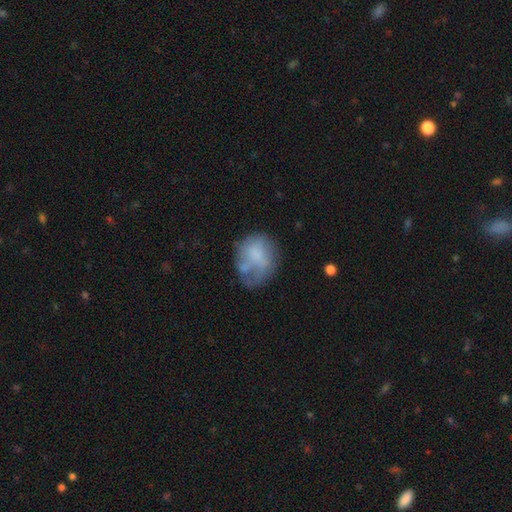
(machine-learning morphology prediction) type=smooth (55%); roundness=round (53%); merging=none (40%).